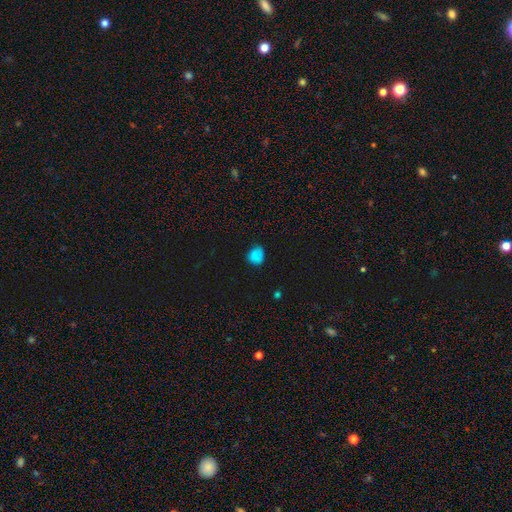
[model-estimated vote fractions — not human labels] Q: Smooth or featured?
A: smooth (81%); runner-up: star or artifact (14%)
Q: How rounded?
A: round (69%); runner-up: in between (30%)
Q: Merging?
A: none (74%); runner-up: minor disturbance (20%)